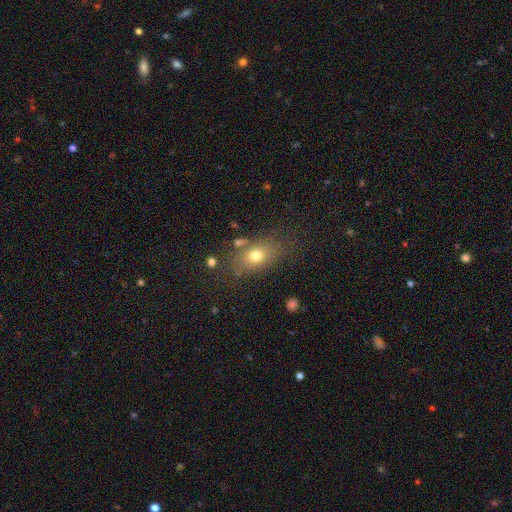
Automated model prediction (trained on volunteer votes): A smooth galaxy with no disk features (72%) that is in between round and cigar-shaped (76%). Merging: none (72%).